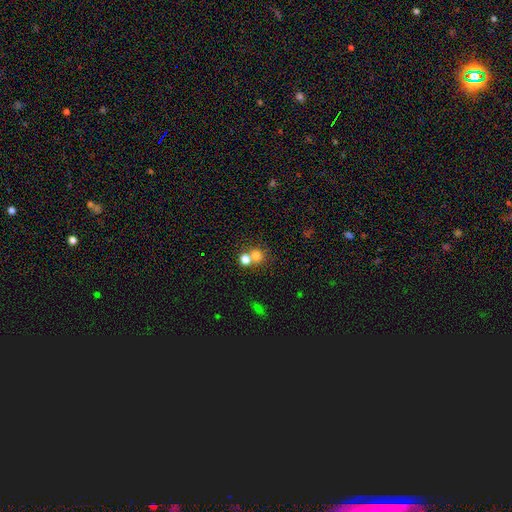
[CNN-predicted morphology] smooth-or-featured: smooth: 73% | star or artifact: 16% | featured or disk: 11%
  how-rounded: round: 85% | in between: 14% | cigar-shaped: 1%
  merging: none: 49% | merger: 41% | minor disturbance: 6% | major disturbance: 3%